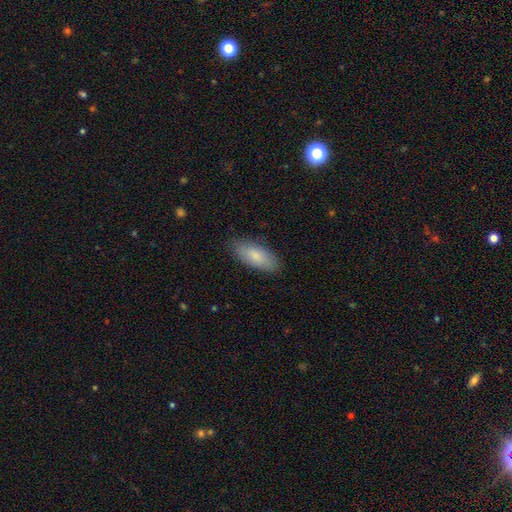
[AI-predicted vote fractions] Morphology: type=smooth (83%); roundness=in between (82%); merging=none (85%).